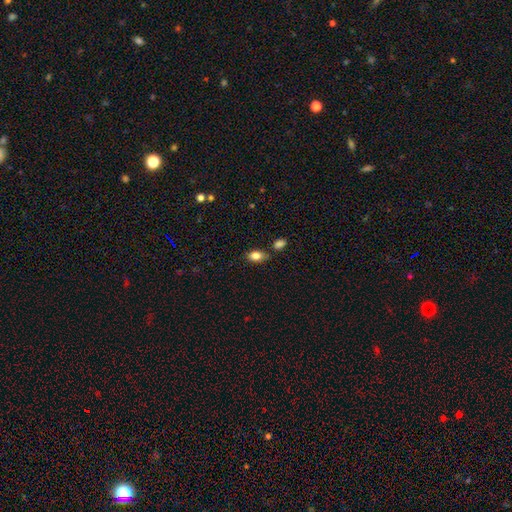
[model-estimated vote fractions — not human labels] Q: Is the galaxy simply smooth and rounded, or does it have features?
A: smooth — 82%.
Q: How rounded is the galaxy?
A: in between — 85%.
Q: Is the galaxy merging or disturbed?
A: none — 71%.